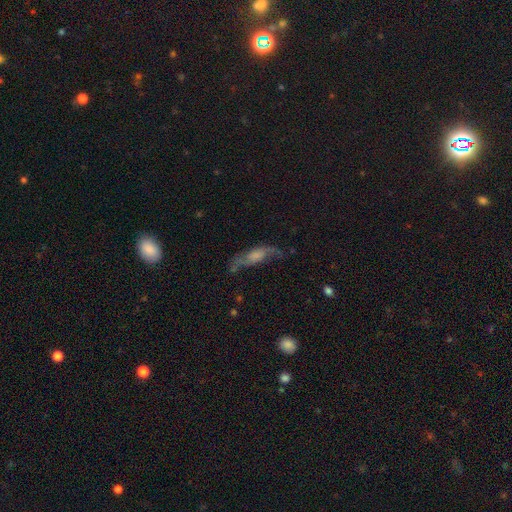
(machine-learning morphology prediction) Overall: featured or disk (58%; smooth 32%). Edge-on disk: no (70%). Merging: none (50%; minor disturbance 24%).